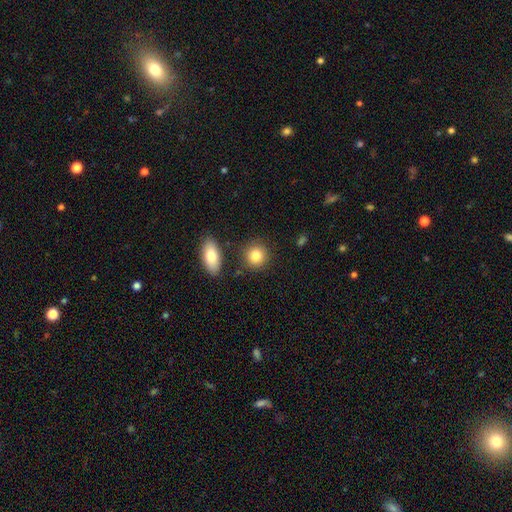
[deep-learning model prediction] smooth_or_featured: smooth (p=0.84) [alt: featured or disk p=0.08]
how_rounded: round (p=0.83) [alt: in between p=0.16]
merging: none (p=0.81) [alt: minor disturbance p=0.09]